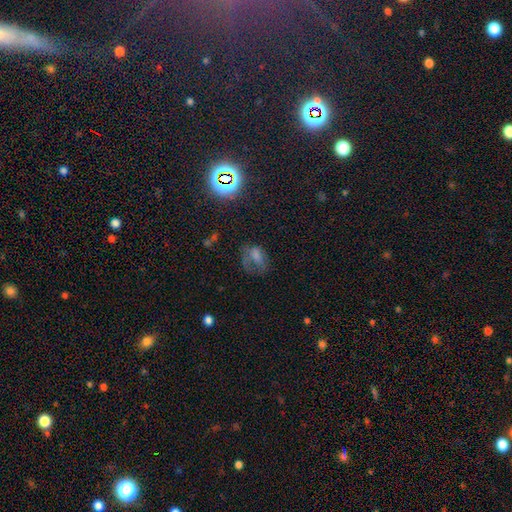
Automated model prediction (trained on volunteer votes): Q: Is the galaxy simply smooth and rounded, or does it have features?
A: smooth — 54%.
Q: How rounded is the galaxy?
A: in between — 73%.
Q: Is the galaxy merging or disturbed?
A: none — 37%.